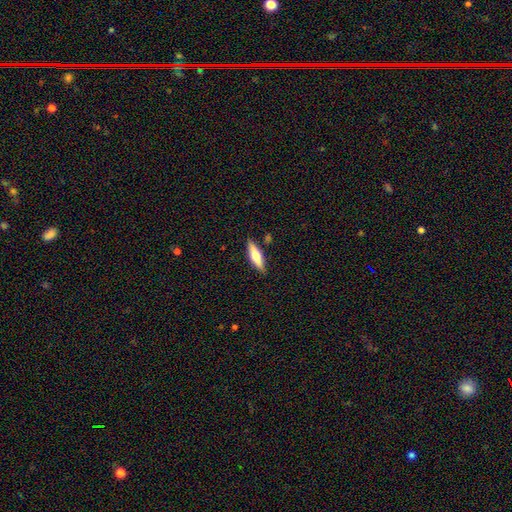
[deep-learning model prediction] Smooth or featured?
  - smooth: 53% *
  - featured or disk: 41%
  - star or artifact: 6%
How rounded?
  - cigar-shaped: 63% *
  - in between: 35%
  - round: 2%
Merging?
  - none: 85% *
  - minor disturbance: 10%
  - merger: 3%
  - major disturbance: 2%